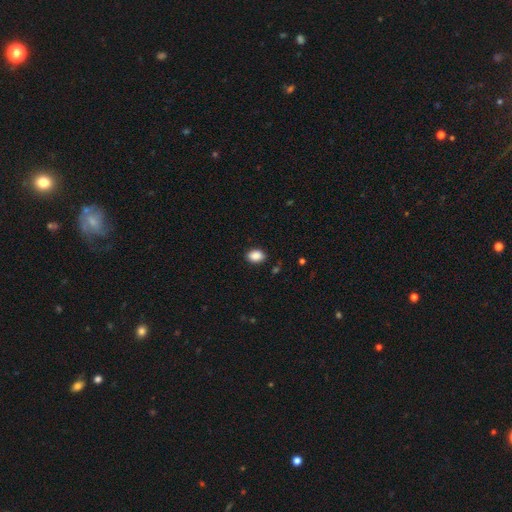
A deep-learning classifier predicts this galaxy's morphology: Smooth or featured? Predicted: smooth (p=0.89). How rounded? Predicted: in between (p=0.76). Merging? Predicted: none (p=0.88).